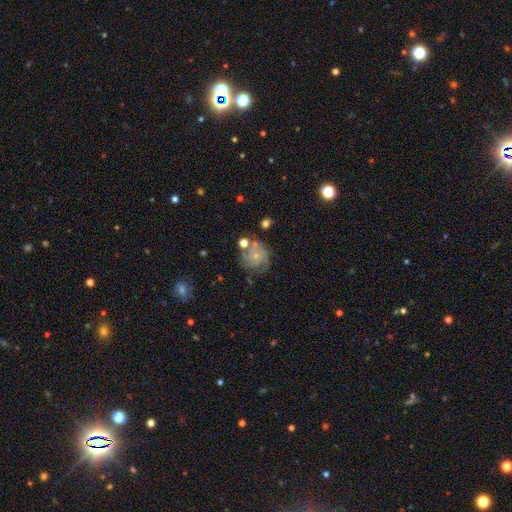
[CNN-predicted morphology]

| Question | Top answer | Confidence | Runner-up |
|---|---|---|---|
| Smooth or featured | featured or disk | 62% | smooth (27%) |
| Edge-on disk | no | 98% | yes (2%) |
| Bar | no | 83% | weak (15%) |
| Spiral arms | yes | 84% | no (16%) |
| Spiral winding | tight | 56% | medium (32%) |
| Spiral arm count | can't tell | 36% | 3 (22%) |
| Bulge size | small | 78% | moderate (16%) |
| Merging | none | 60% | minor disturbance (21%) |